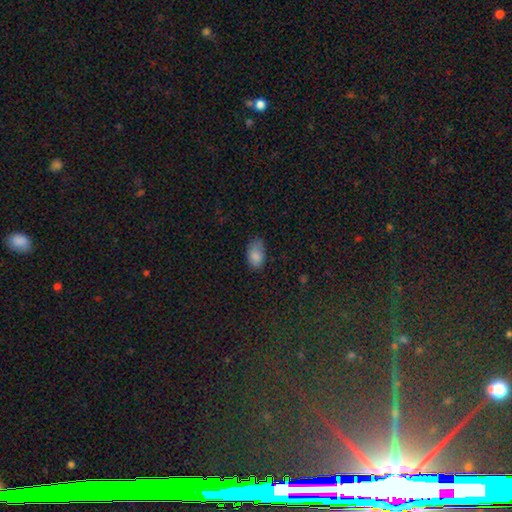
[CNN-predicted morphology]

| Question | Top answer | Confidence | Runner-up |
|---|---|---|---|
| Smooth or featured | smooth | 84% | star or artifact (9%) |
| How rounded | in between | 91% | round (8%) |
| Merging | none | 62% | minor disturbance (30%) |